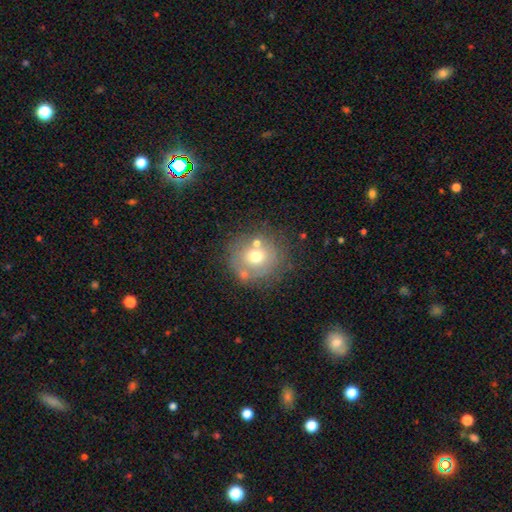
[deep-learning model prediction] Q: Smooth or featured?
A: smooth (61%); runner-up: featured or disk (25%)
Q: How rounded?
A: round (90%); runner-up: in between (9%)
Q: Merging?
A: none (68%); runner-up: minor disturbance (14%)